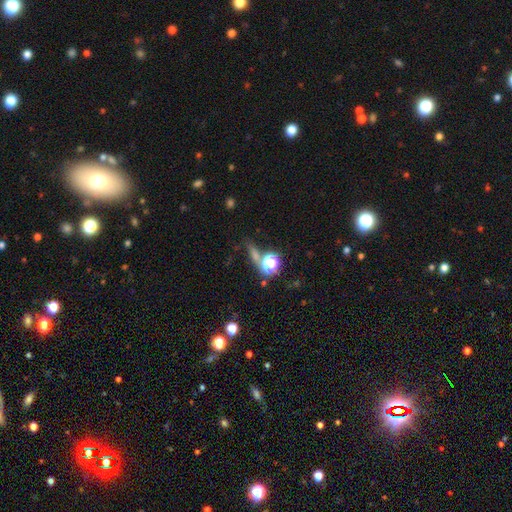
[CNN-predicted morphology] Smooth or featured? star or artifact (49%)